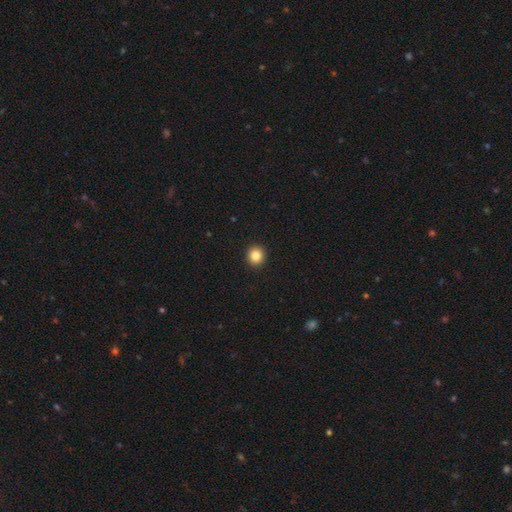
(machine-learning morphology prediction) type=smooth (85%); roundness=round (93%); merging=none (94%).